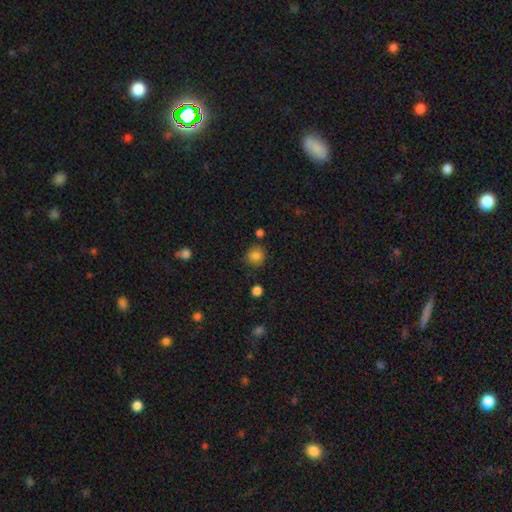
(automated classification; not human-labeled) Smooth or featured? Predicted: smooth (p=0.85). How rounded? Predicted: round (p=0.88). Merging? Predicted: none (p=0.79).